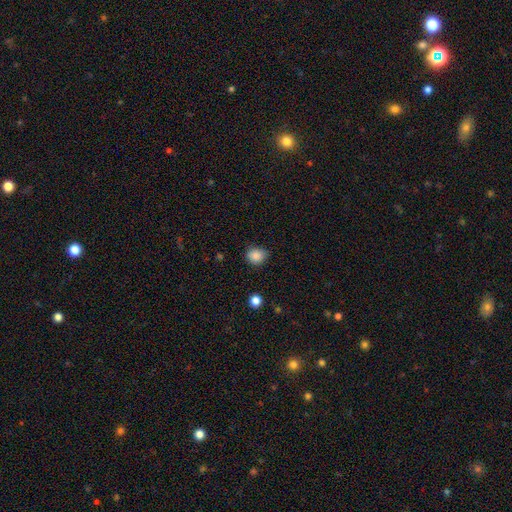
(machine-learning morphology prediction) Q: Smooth or featured?
A: smooth (86%); runner-up: star or artifact (11%)
Q: How rounded?
A: round (67%); runner-up: in between (32%)
Q: Merging?
A: none (71%); runner-up: minor disturbance (24%)